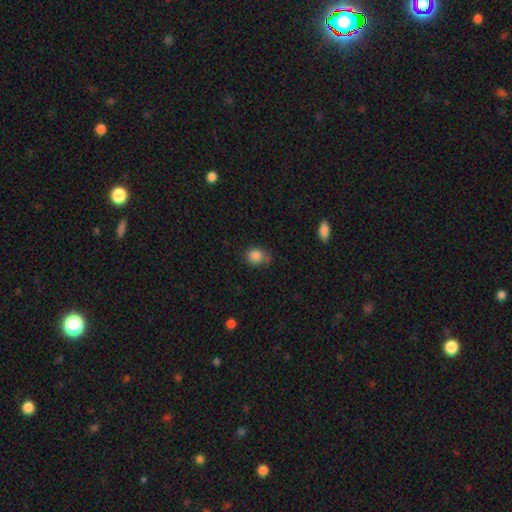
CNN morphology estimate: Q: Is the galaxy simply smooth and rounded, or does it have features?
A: smooth — 85%.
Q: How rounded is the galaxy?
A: round — 69%.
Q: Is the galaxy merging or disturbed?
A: none — 63%.